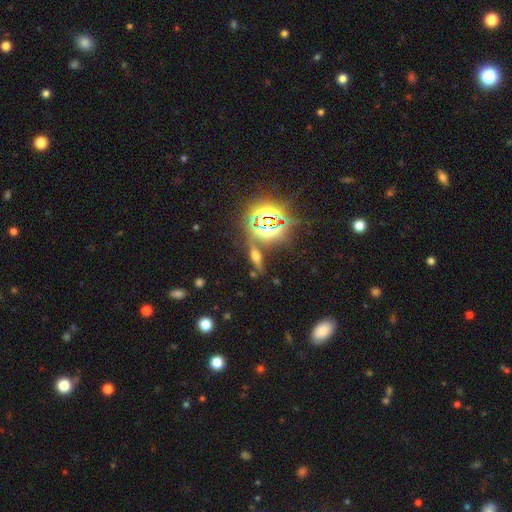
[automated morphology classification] Overall: star or artifact (38%; featured or disk 33%).